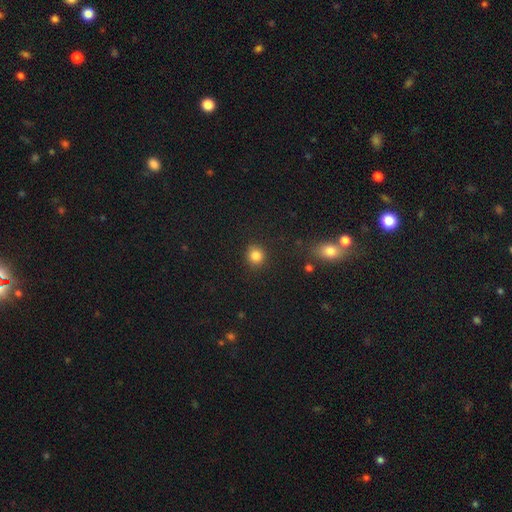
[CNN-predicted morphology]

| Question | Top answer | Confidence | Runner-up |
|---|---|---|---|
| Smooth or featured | smooth | 84% | star or artifact (11%) |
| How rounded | round | 87% | in between (12%) |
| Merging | none | 88% | minor disturbance (7%) |